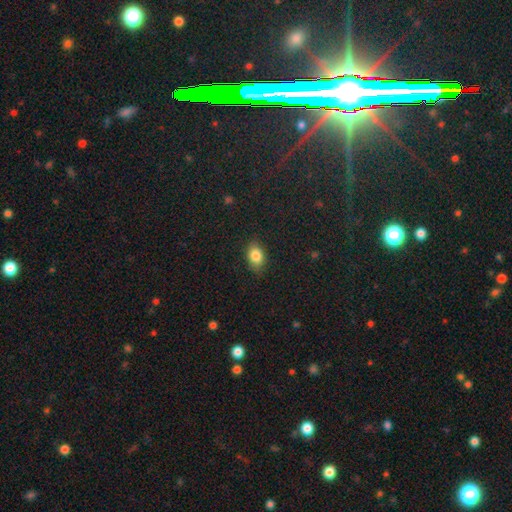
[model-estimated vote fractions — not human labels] The model was most divided on "how rounded": in between: 81%, round: 17%, cigar-shaped: 2%. More confident: smooth or featured — smooth (84%); merging — none (82%).